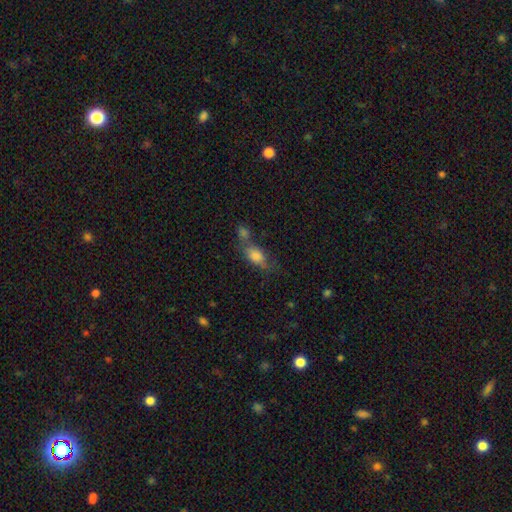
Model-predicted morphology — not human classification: This is likely a smooth galaxy (76%). How rounded: likely in between (78%). Merging: marginally merger (41%).